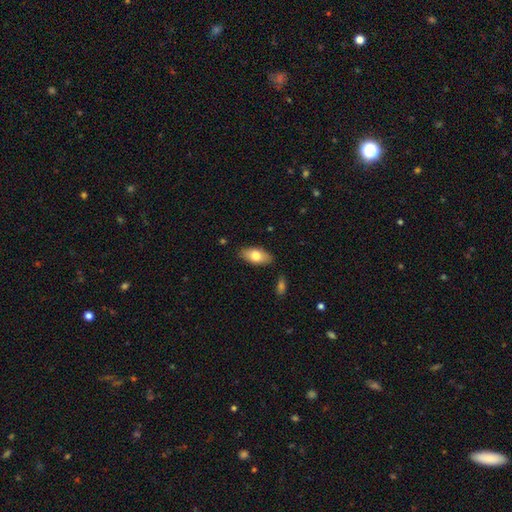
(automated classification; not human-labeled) Morphology: type=smooth (73%); roundness=in between (90%); merging=none (85%).